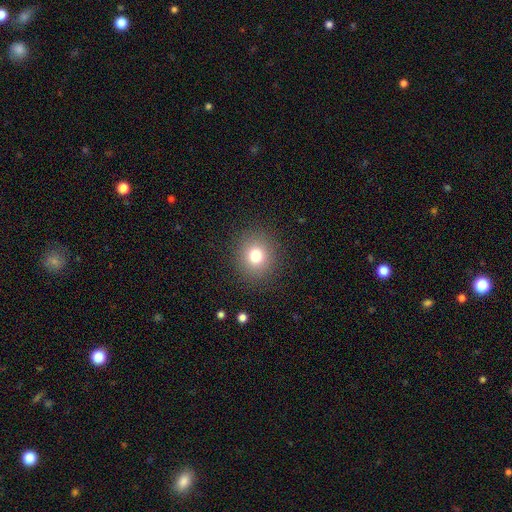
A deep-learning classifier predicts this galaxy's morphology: A smooth galaxy with no disk features (76%) that is round (85%).

Vote fractions:
- Smooth or featured? smooth: 76% / star or artifact: 14% / featured or disk: 10%
- How rounded? round: 85% / in between: 14% / cigar-shaped: 1%
- Merging? none: 89% / minor disturbance: 7% / major disturbance: 3% / merger: 1%